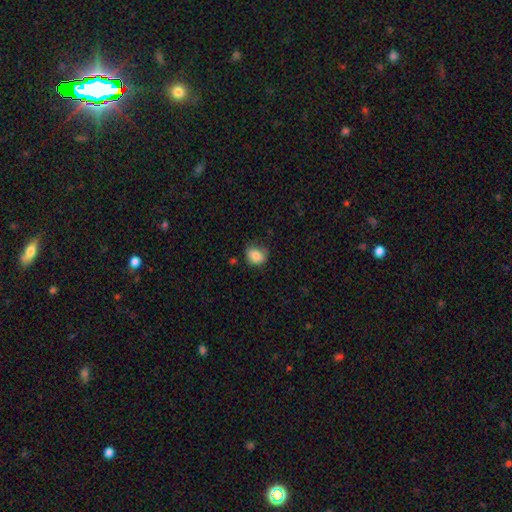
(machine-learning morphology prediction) This is clearly a smooth galaxy (85%). How rounded: possibly round (59%). Merging: likely none (65%).